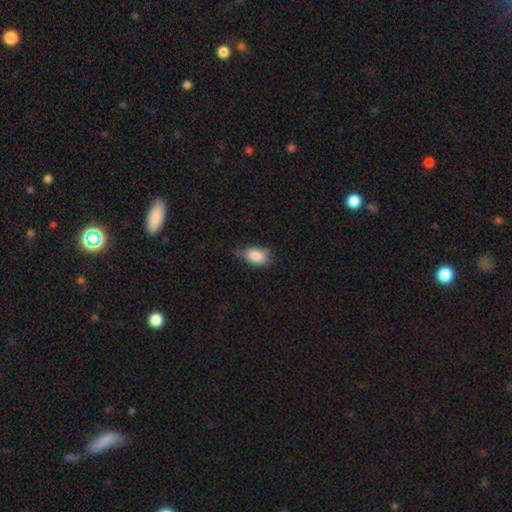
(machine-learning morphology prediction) This is clearly a smooth galaxy (86%). How rounded: clearly in between (90%). Merging: possibly none (53%).